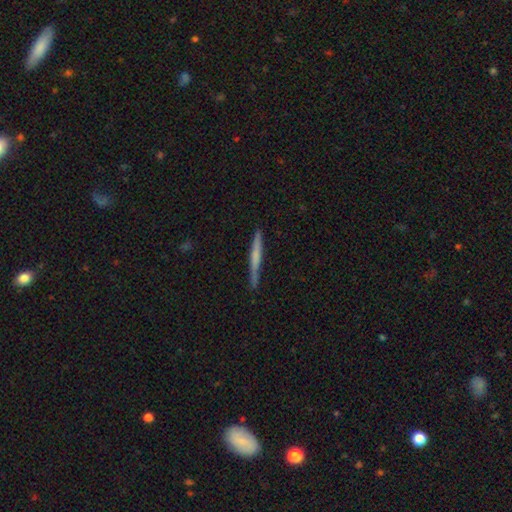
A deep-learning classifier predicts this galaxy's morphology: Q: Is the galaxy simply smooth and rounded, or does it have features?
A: featured or disk — 48%.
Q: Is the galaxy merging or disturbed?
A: none — 87%.